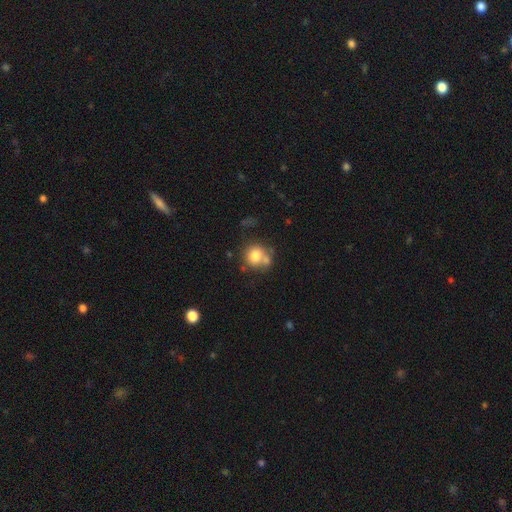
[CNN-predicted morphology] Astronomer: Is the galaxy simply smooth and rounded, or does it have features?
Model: smooth — 77%.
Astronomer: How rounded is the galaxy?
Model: round — 82%.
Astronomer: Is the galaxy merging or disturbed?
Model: none — 51% (runner-up: merger, 27%).